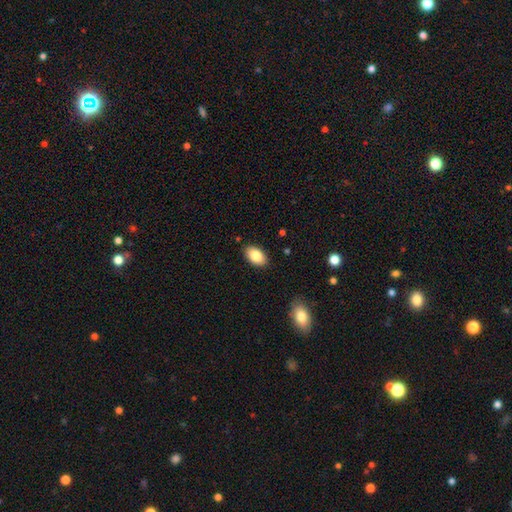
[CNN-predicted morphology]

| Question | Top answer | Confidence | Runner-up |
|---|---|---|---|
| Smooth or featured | smooth | 83% | featured or disk (9%) |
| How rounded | in between | 92% | round (6%) |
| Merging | none | 87% | minor disturbance (10%) |